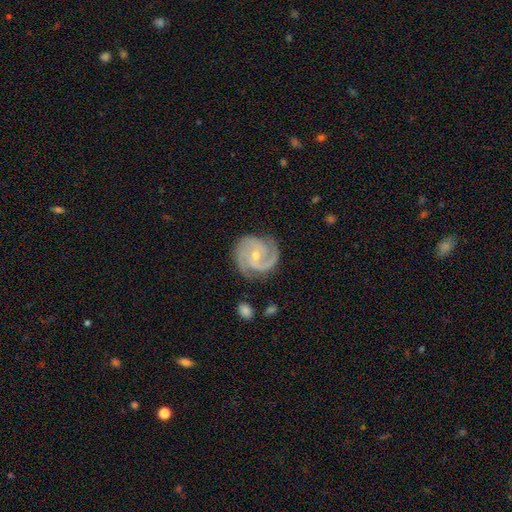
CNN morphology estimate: The model was most divided on "spiral arm count": 2: 48%, 3: 38%, can't tell: 5%, 4: 3%, 1: 3%, more than 4: 3%. More confident: spiral arms — yes (98%); edge-on disk — no (98%); smooth or featured — featured or disk (91%); merging — none (78%); bar — no (62%); bulge size — small (58%); spiral winding — tight (56%).